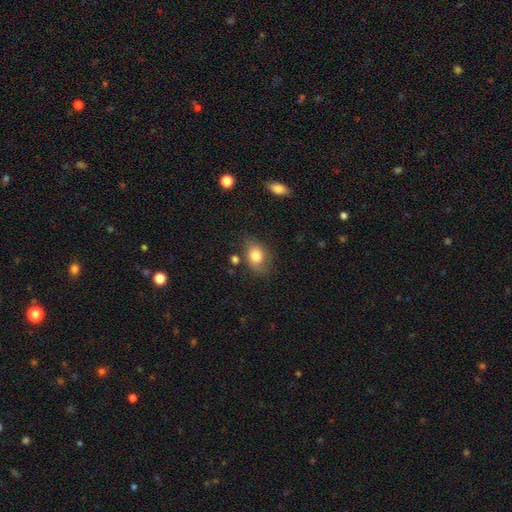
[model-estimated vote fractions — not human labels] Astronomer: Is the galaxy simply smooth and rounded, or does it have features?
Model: smooth — 76%.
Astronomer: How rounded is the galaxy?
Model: in between — 71%.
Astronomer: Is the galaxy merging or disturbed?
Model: none — 63%.